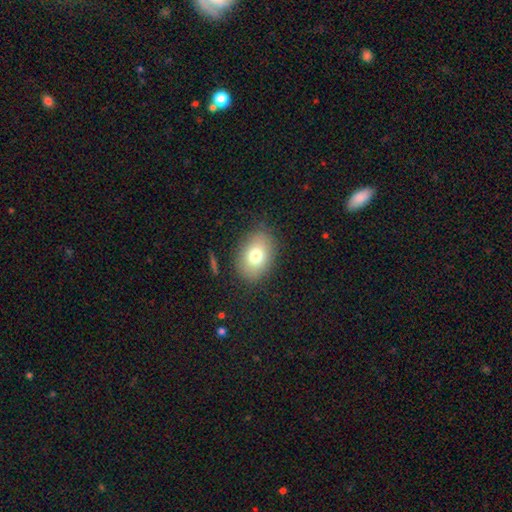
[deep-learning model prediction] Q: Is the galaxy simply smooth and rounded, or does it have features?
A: smooth — 75%.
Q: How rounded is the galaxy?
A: in between — 79%.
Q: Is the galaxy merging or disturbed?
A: none — 84%.